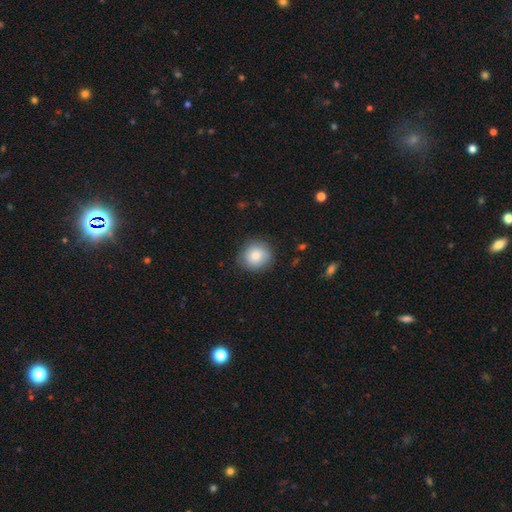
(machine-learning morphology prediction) Smooth or featured? Predicted: smooth (p=0.82). How rounded? Predicted: round (p=0.87). Merging? Predicted: none (p=0.83).